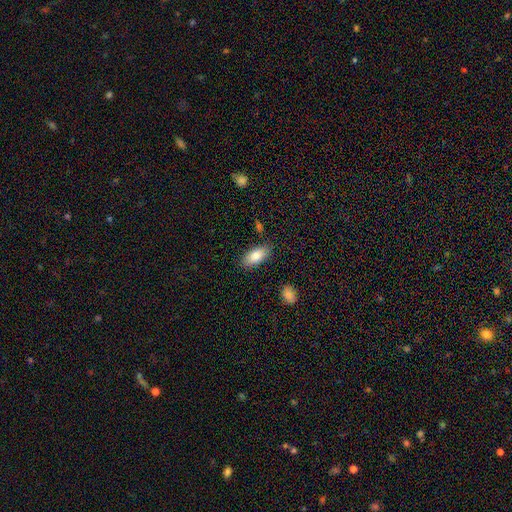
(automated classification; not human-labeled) Smooth or featured?
  - smooth: 82% *
  - featured or disk: 11%
  - star or artifact: 7%
How rounded?
  - in between: 90% *
  - cigar-shaped: 7%
  - round: 3%
Merging?
  - none: 84% *
  - minor disturbance: 11%
  - major disturbance: 3%
  - merger: 2%